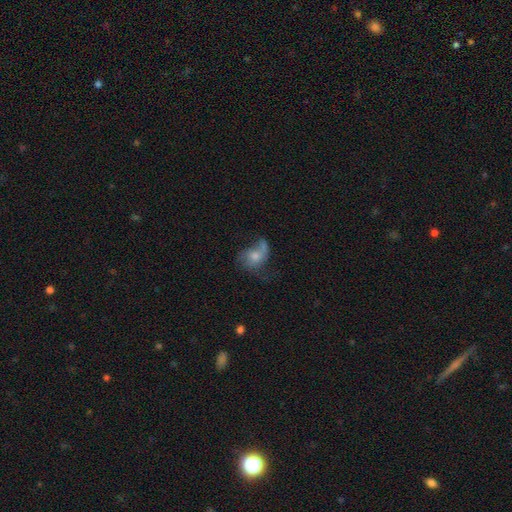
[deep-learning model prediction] A smooth galaxy with no disk features (51%) that is in between round and cigar-shaped (63%).

Vote fractions:
- Smooth or featured? smooth: 51% / featured or disk: 39% / star or artifact: 10%
- How rounded? in between: 63% / round: 35% / cigar-shaped: 2%
- Merging? major disturbance: 34% / none: 28% / minor disturbance: 23% / merger: 15%